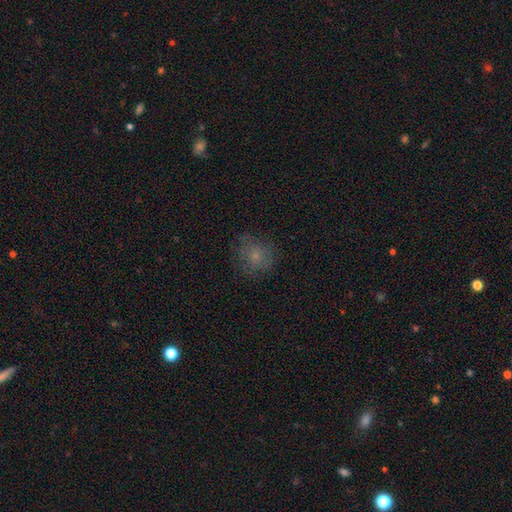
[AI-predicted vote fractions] smooth_or_featured: smooth (p=0.68) [alt: featured or disk p=0.17]
how_rounded: round (p=0.82) [alt: in between p=0.17]
merging: none (p=0.73) [alt: minor disturbance p=0.17]